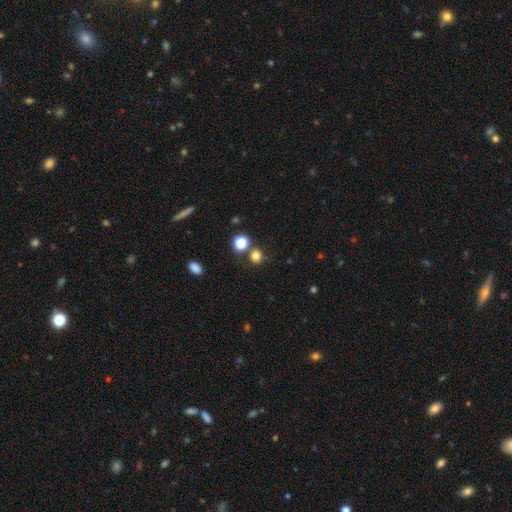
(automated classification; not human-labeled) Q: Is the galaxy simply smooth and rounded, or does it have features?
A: smooth — 77%.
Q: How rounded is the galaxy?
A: round — 82%.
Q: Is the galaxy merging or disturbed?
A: none — 75%.